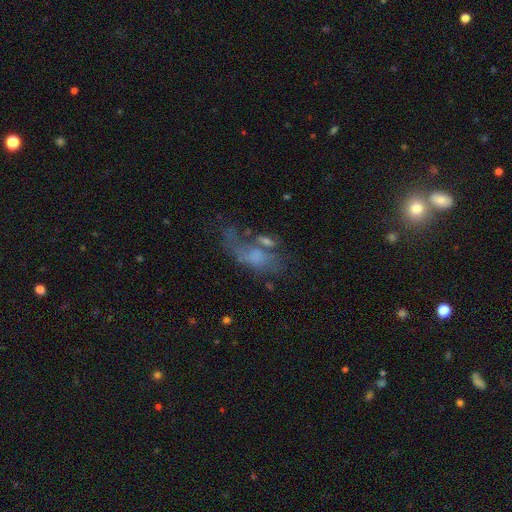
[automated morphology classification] smooth-or-featured: featured or disk: 45% | smooth: 40% | star or artifact: 15%
  merging: major disturbance: 36% | none: 26% | merger: 22% | minor disturbance: 17%